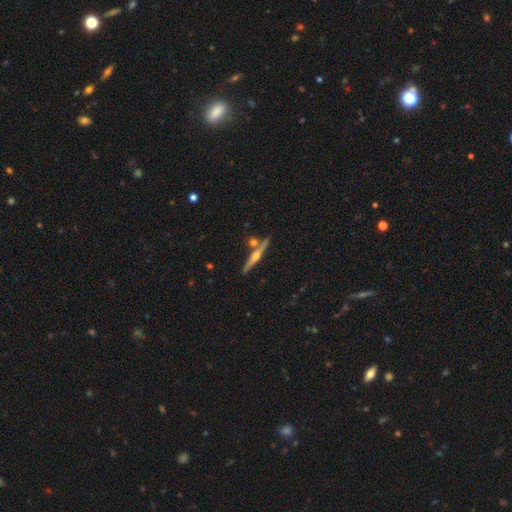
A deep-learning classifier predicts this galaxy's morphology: Overall: featured or disk (72%). Edge-on disk: yes (97%). Edge-on bulge: rounded (89%). Merging: none (79%).